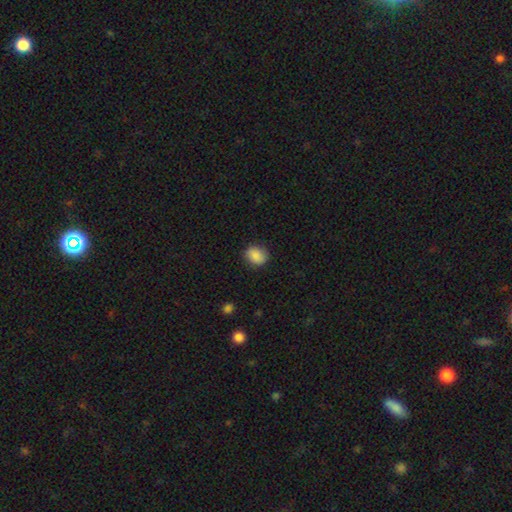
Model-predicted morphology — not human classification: A smooth galaxy with no disk features (88%) that is round (54%).

Vote fractions:
- Smooth or featured? smooth: 88% / star or artifact: 8% / featured or disk: 5%
- How rounded? round: 54% / in between: 45% / cigar-shaped: 1%
- Merging? none: 83% / minor disturbance: 13% / major disturbance: 3% / merger: 1%